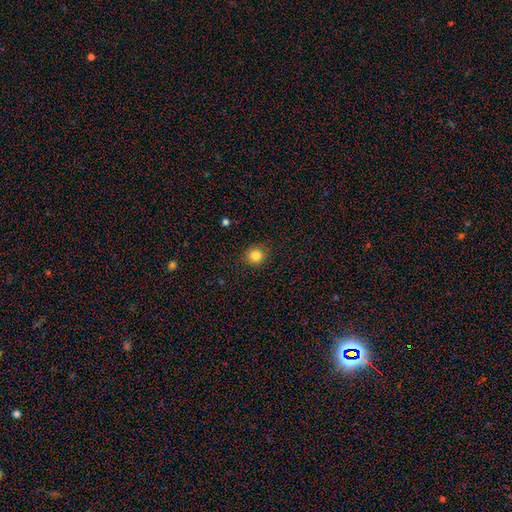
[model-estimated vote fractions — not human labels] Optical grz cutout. It shows a smooth galaxy with no disk features (84%) that is round (89%). Merging: none (89%).